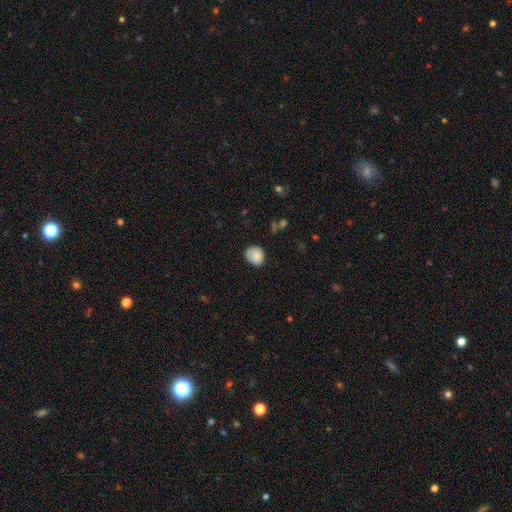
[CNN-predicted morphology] A smooth galaxy with no disk features (85%) that is round (64%).

Vote fractions:
- Smooth or featured? smooth: 85% / star or artifact: 8% / featured or disk: 7%
- How rounded? round: 64% / in between: 35% / cigar-shaped: 1%
- Merging? none: 64% / minor disturbance: 27% / major disturbance: 7% / merger: 2%